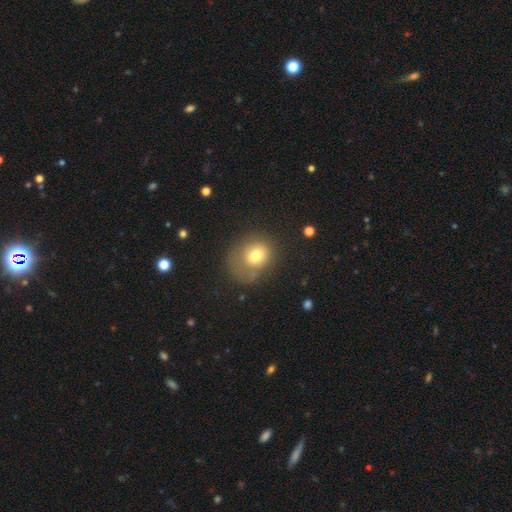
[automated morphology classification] A smooth galaxy with no disk features (72%) that is round (62%). Merging: none (49%).